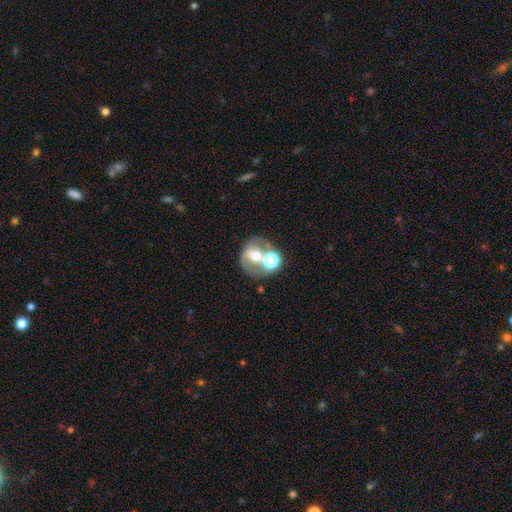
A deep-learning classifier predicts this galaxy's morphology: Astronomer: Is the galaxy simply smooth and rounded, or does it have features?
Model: featured or disk — 55% (runner-up: smooth, 34%).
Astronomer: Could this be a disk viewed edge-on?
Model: no — 96%.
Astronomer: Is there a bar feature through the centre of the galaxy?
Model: no — 46% (runner-up: weak, 30%).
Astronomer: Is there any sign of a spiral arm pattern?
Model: yes — 52% (runner-up: no, 48%).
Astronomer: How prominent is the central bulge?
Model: moderate — 59%.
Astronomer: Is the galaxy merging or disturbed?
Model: none — 40% (runner-up: merger, 39%).